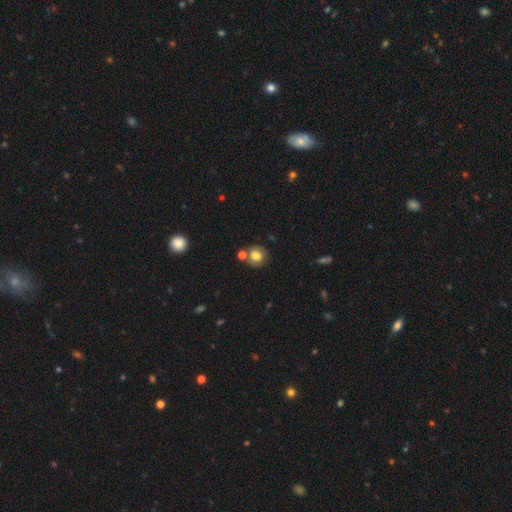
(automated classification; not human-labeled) Smooth or featured: smooth — 79% (featured or disk — 11%)
How rounded: round — 88% (in between — 11%)
Merging: none — 70% (merger — 16%)